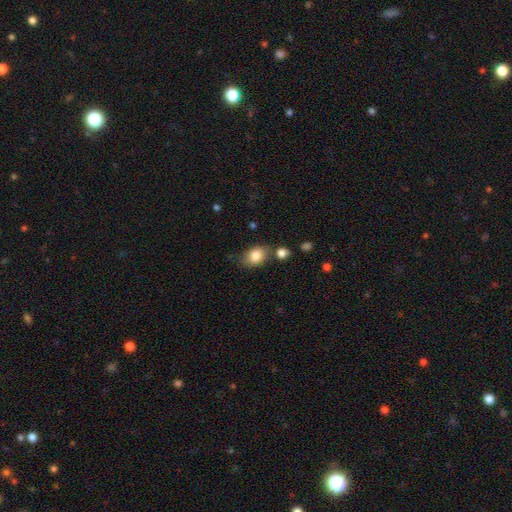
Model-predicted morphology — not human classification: This is clearly a smooth galaxy (83%). How rounded: likely in between (76%). Merging: likely none (67%).